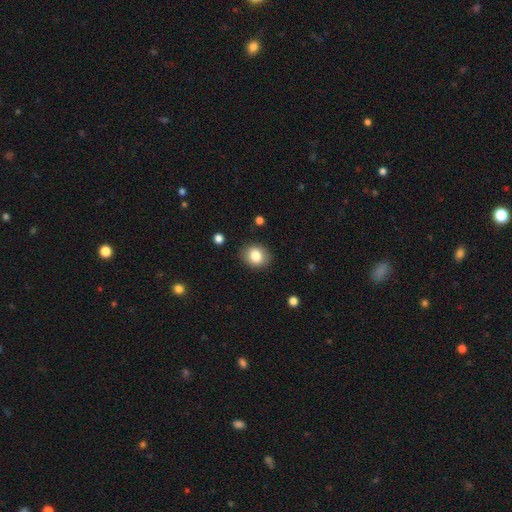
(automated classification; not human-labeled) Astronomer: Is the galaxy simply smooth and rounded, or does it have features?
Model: smooth — 82%.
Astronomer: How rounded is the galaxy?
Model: round — 58% (runner-up: in between, 41%).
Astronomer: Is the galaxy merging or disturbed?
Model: none — 87%.